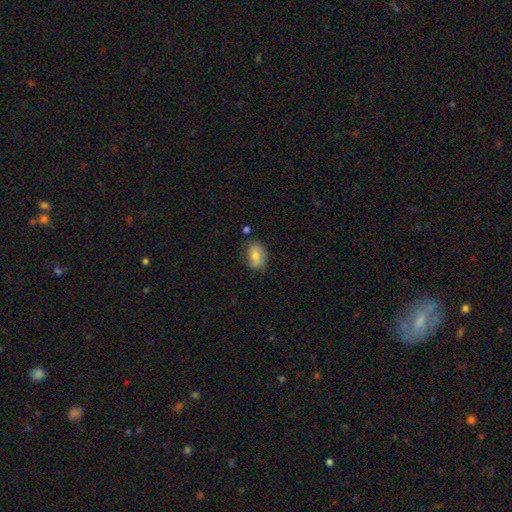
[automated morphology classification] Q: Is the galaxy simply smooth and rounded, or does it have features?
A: smooth — 73%.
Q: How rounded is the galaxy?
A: in between — 79%.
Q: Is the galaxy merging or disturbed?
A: none — 68%.